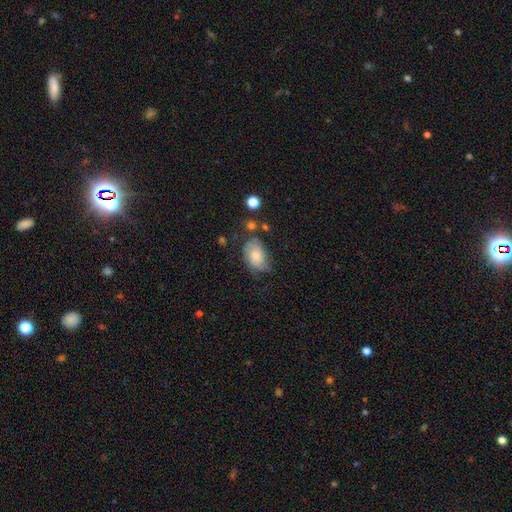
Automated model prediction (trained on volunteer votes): Smooth or featured? smooth (67%)
How rounded? in between (87%)
Merging? none (47%)